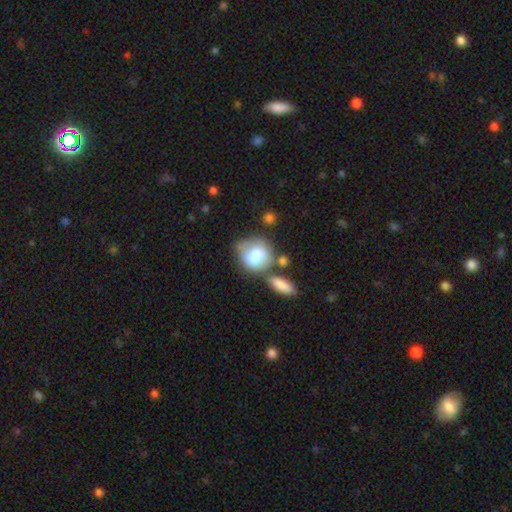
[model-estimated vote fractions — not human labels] Smooth or featured? Predicted: smooth (p=0.73). How rounded? Predicted: round (p=0.64). Merging? Predicted: none (p=0.44).